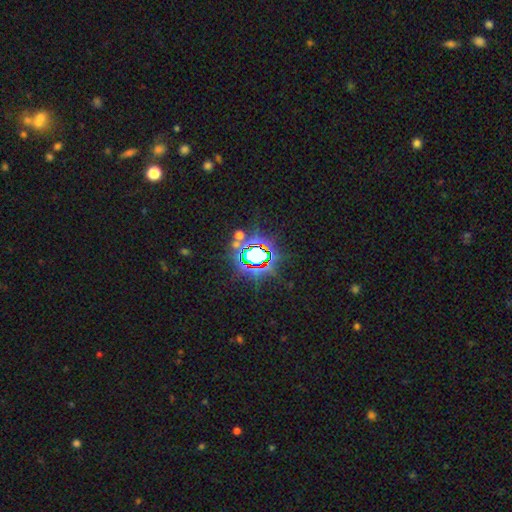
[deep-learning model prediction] Overall: star or artifact (74%).